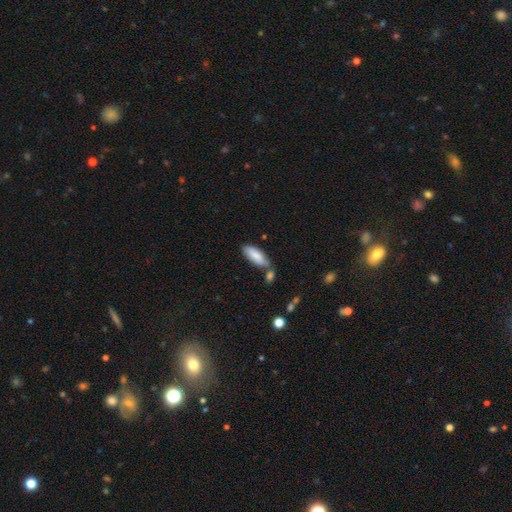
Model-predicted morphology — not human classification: type=smooth (82%); roundness=in between (73%); merging=none (56%).